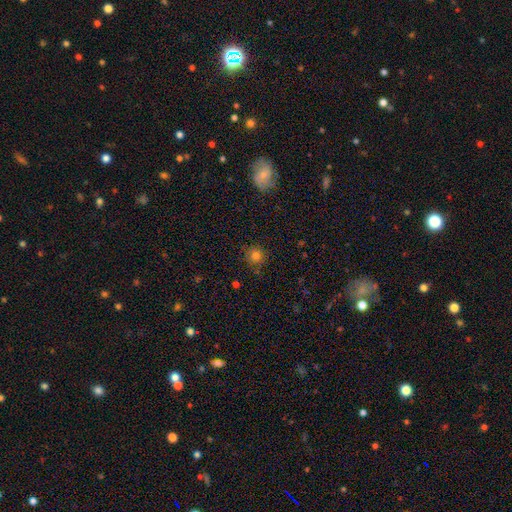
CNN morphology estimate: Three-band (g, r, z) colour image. It shows a smooth galaxy with no disk features (78%) that is round (92%). Merging: none (84%).